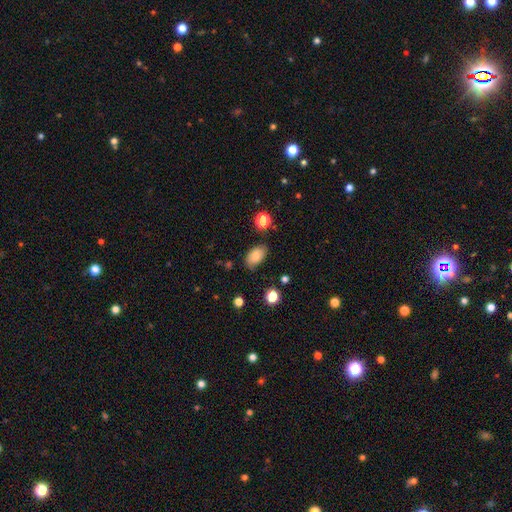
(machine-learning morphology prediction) smooth-or-featured: smooth: 80% | featured or disk: 11% | star or artifact: 9%
  how-rounded: in between: 91% | round: 7% | cigar-shaped: 2%
  merging: none: 77% | minor disturbance: 17% | major disturbance: 4% | merger: 2%